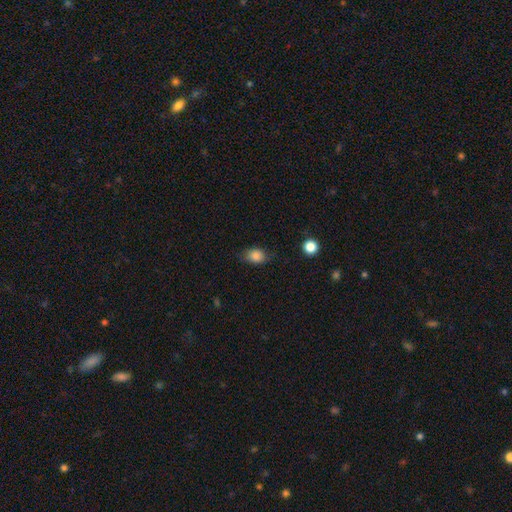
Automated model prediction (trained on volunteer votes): Q: Smooth or featured?
A: smooth (84%); runner-up: star or artifact (9%)
Q: How rounded?
A: in between (66%); runner-up: round (32%)
Q: Merging?
A: none (70%); runner-up: minor disturbance (23%)